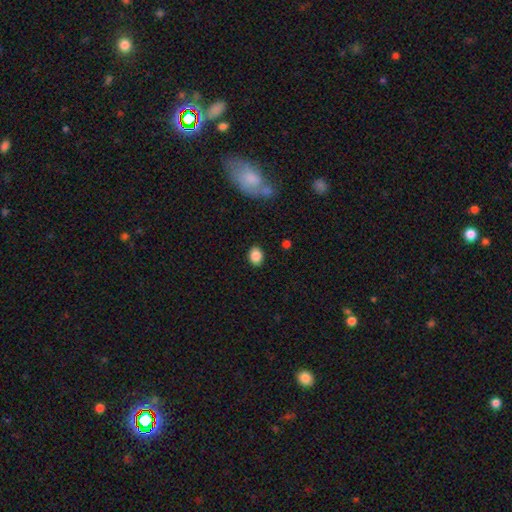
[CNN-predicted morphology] Smooth or featured?
  - smooth: 87% *
  - star or artifact: 9%
  - featured or disk: 5%
How rounded?
  - in between: 62% *
  - round: 37%
  - cigar-shaped: 1%
Merging?
  - none: 87% *
  - minor disturbance: 9%
  - major disturbance: 2%
  - merger: 1%